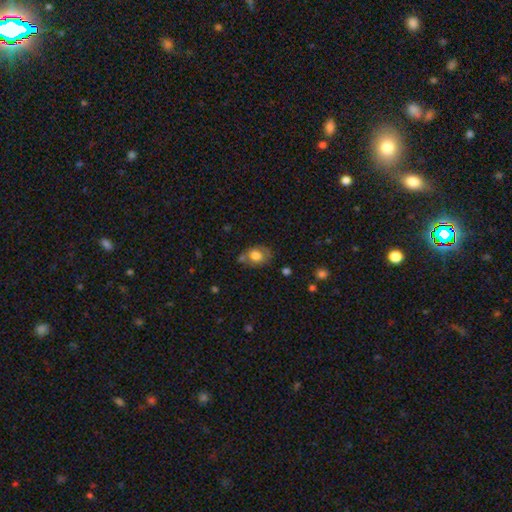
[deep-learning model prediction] This appears to be a smooth galaxy with no disk features (73%) that is in between round and cigar-shaped (60%). Merging: none (56%).